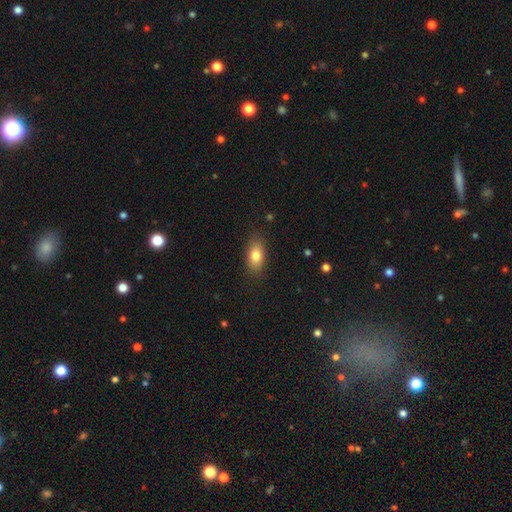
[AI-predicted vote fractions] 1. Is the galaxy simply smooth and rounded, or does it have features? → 81% smooth, 11% featured or disk, 8% star or artifact.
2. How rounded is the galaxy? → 87% in between, 7% cigar-shaped, 6% round.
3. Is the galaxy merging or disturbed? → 83% none, 12% minor disturbance, 3% major disturbance, 1% merger.